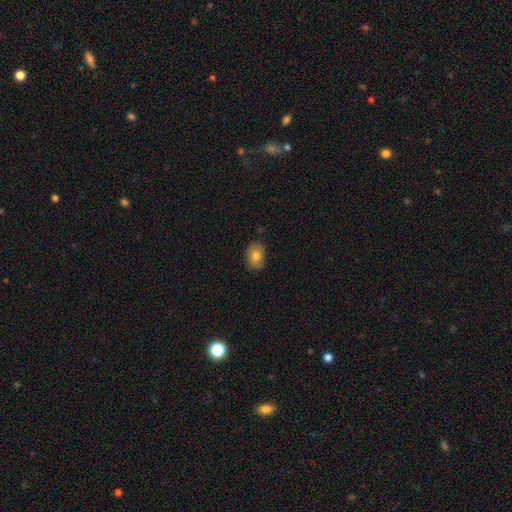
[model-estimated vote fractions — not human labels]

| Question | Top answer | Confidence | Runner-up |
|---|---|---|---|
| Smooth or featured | smooth | 80% | featured or disk (12%) |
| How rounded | in between | 74% | round (25%) |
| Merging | none | 84% | minor disturbance (13%) |